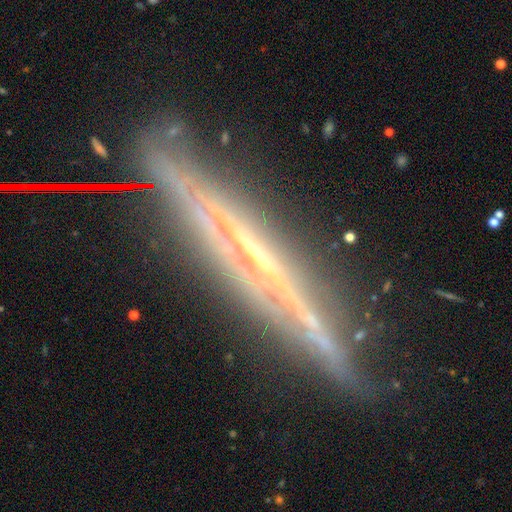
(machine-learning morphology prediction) type=featured or disk (81%); edge-on=yes (93%); edge-on bulge=none (67%); merging=none (79%).